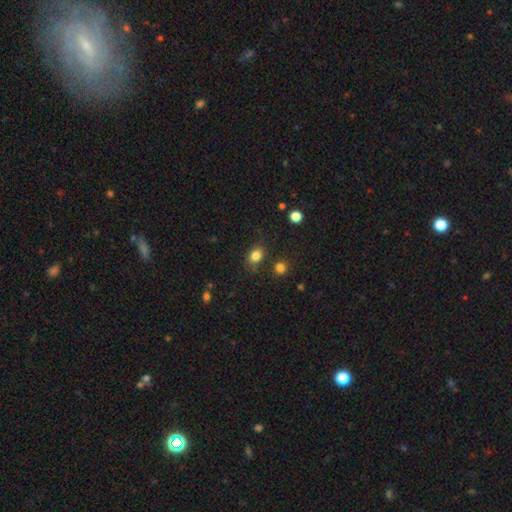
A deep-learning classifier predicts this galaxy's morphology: This appears to be a smooth galaxy with no disk features (82%) that is in between round and cigar-shaped (62%). Merging: none (78%).